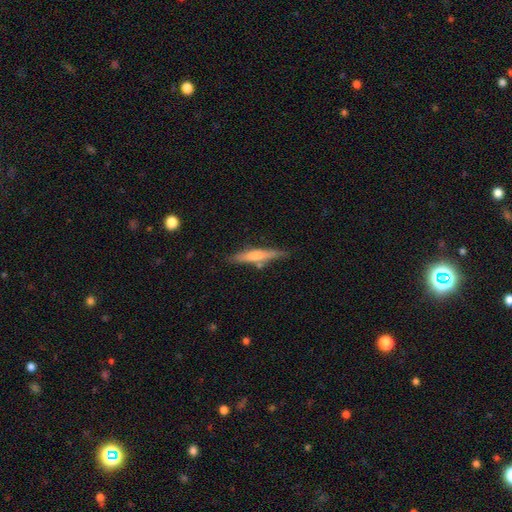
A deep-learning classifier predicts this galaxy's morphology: smooth 60%, featured or disk 34%, star or artifact 6%. Down the decision tree: how rounded — cigar-shaped (88%); merging — none (72%).